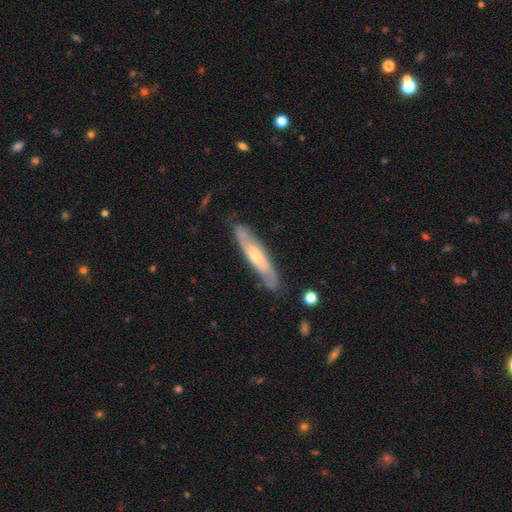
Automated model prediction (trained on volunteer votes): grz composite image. It shows a featured or disk galaxy (62%). Merging: none (77%).